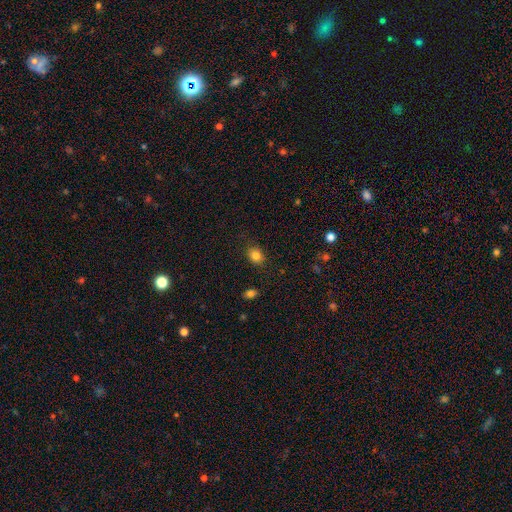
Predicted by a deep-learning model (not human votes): Morphology: type=smooth (83%); roundness=round (51%); merging=none (84%).